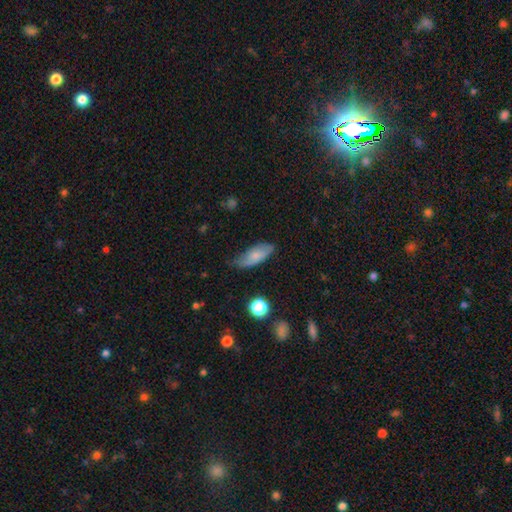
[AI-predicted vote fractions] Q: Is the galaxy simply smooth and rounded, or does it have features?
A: smooth — 71%.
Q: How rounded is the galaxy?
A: in between — 78%.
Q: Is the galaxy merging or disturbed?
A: none — 60%.